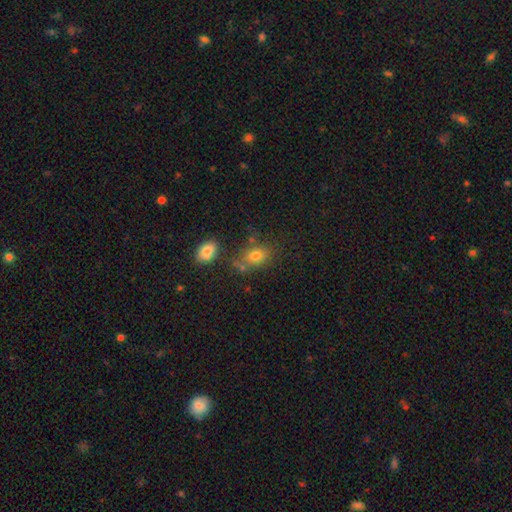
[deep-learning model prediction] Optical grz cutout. It shows a smooth galaxy with no disk features (77%) that is in between round and cigar-shaped (70%). Merging: none (62%).